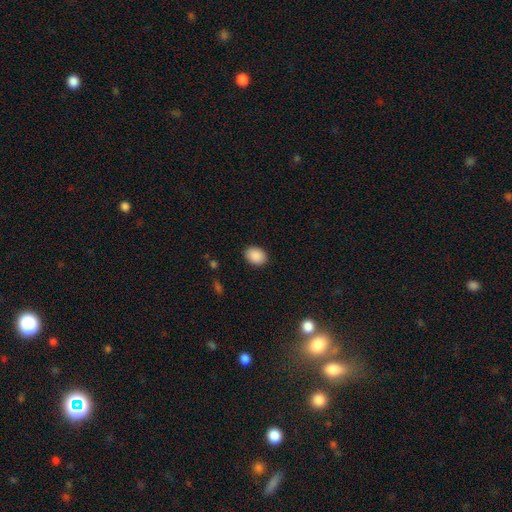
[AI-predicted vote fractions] Q: Smooth or featured?
A: smooth (90%); runner-up: star or artifact (7%)
Q: How rounded?
A: in between (71%); runner-up: round (28%)
Q: Merging?
A: none (89%); runner-up: minor disturbance (8%)